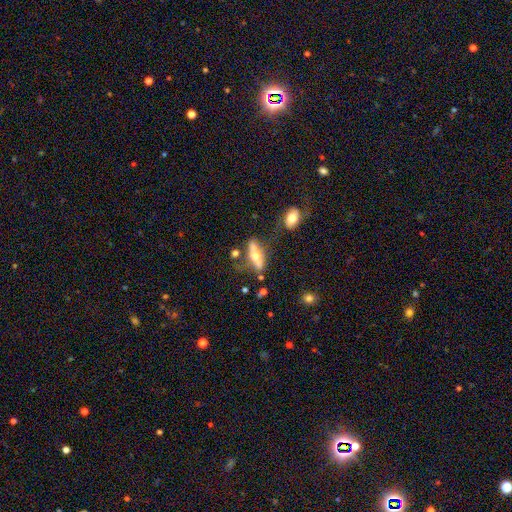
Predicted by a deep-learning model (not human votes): A featured or disk galaxy (57%) viewed edge-on (77%).

Vote fractions:
- Smooth or featured? featured or disk: 57% / smooth: 36% / star or artifact: 7%
- Edge-on disk? yes: 77% / no: 23%
- Merging? none: 63% / minor disturbance: 19% / major disturbance: 10% / merger: 9%